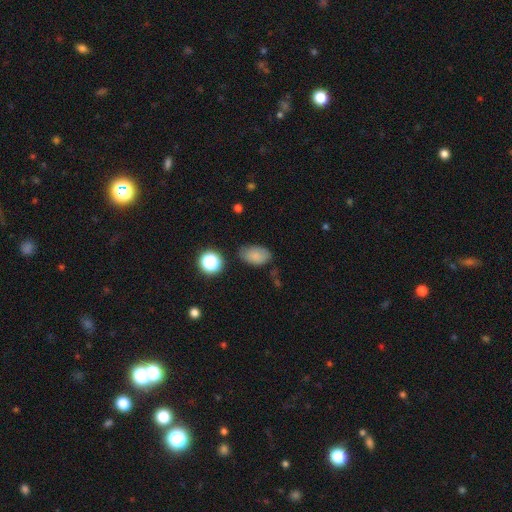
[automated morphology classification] A smooth galaxy with no disk features (81%) that is in between round and cigar-shaped (89%).

Vote fractions:
- Smooth or featured? smooth: 81% / star or artifact: 11% / featured or disk: 8%
- How rounded? in between: 89% / round: 9% / cigar-shaped: 1%
- Merging? none: 73% / minor disturbance: 20% / major disturbance: 5% / merger: 3%